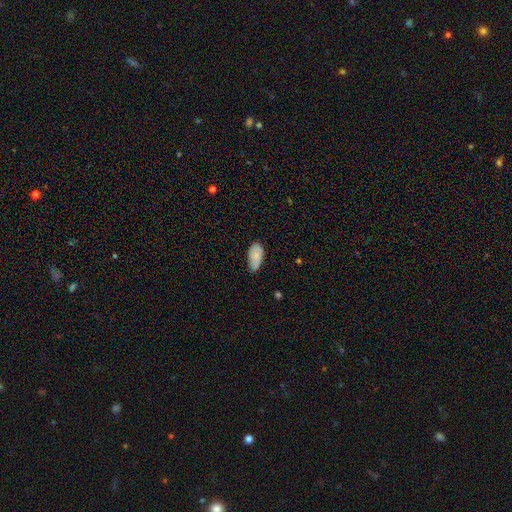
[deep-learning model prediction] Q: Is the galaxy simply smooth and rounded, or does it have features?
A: smooth — 77%.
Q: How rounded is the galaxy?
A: in between — 94%.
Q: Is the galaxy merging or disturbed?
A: none — 59%.